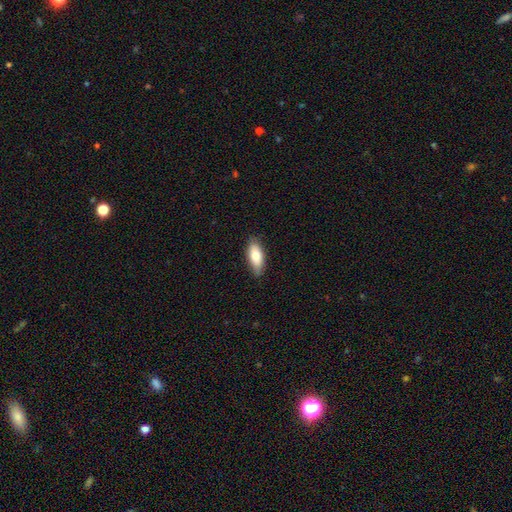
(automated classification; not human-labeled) Q: Smooth or featured?
A: smooth (78%); runner-up: featured or disk (15%)
Q: How rounded?
A: in between (82%); runner-up: cigar-shaped (16%)
Q: Merging?
A: none (82%); runner-up: minor disturbance (15%)